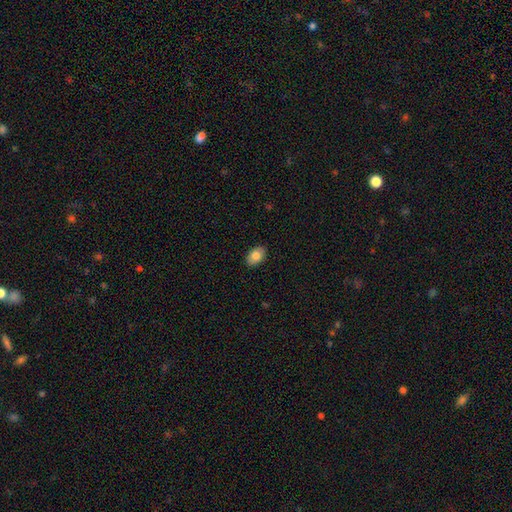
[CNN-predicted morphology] type=smooth (82%); roundness=in between (89%); merging=none (89%).